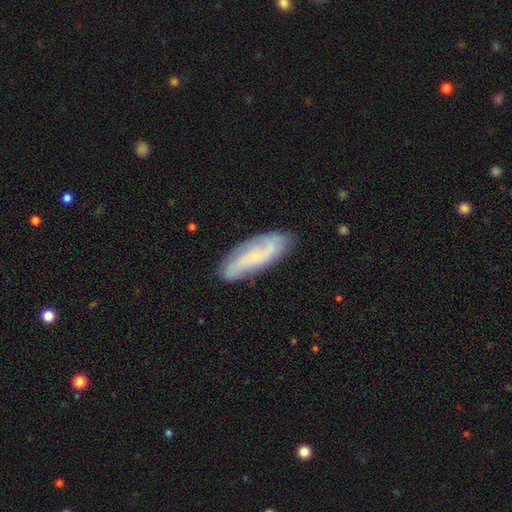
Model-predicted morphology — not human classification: smooth-or-featured: featured or disk: 65% | smooth: 28% | star or artifact: 7%
  disk-edge-on: no: 86% | yes: 14%
    bar: no: 60% | weak: 31% | strong: 9%
    has-spiral-arms: yes: 90% | no: 10%
    bulge-size: small: 75% | moderate: 13% | none: 10% | large: 1% | dominant: 1%
  merging: none: 79% | minor disturbance: 15% | major disturbance: 4% | merger: 2%